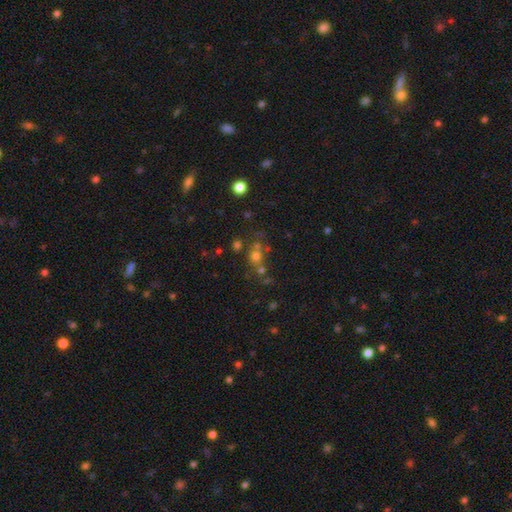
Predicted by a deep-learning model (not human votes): smooth-or-featured: smooth: 58% | star or artifact: 27% | featured or disk: 16%
  how-rounded: round: 77% | in between: 22% | cigar-shaped: 2%
  merging: none: 54% | merger: 28% | minor disturbance: 11% | major disturbance: 7%